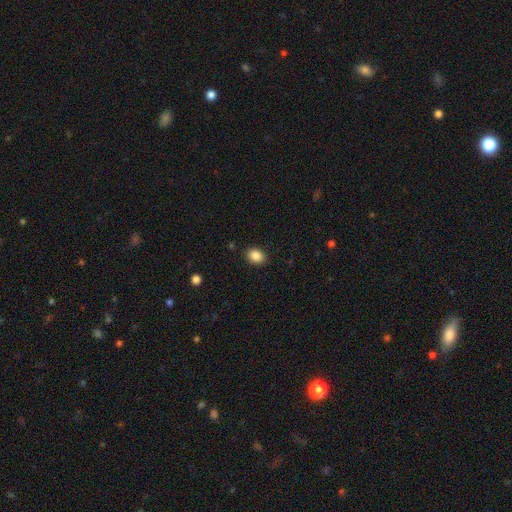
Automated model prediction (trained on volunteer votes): smooth-or-featured: smooth: 86% | star or artifact: 9% | featured or disk: 5%
  how-rounded: in between: 62% | round: 37% | cigar-shaped: 1%
  merging: none: 90% | minor disturbance: 7% | major disturbance: 2% | merger: 1%